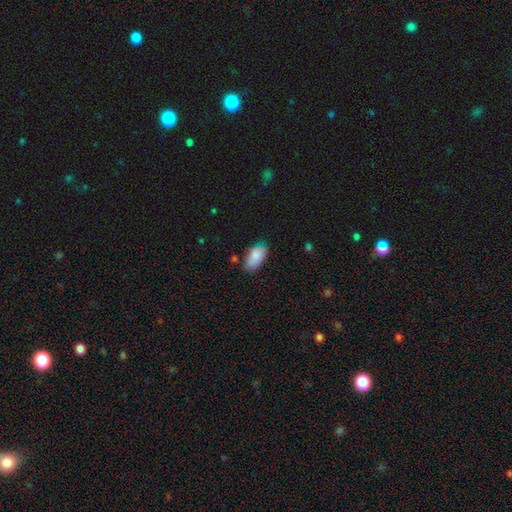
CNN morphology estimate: smooth-or-featured: smooth: 85% | featured or disk: 8% | star or artifact: 7%
  how-rounded: in between: 92% | cigar-shaped: 4% | round: 3%
  merging: none: 68% | minor disturbance: 24% | major disturbance: 4% | merger: 3%